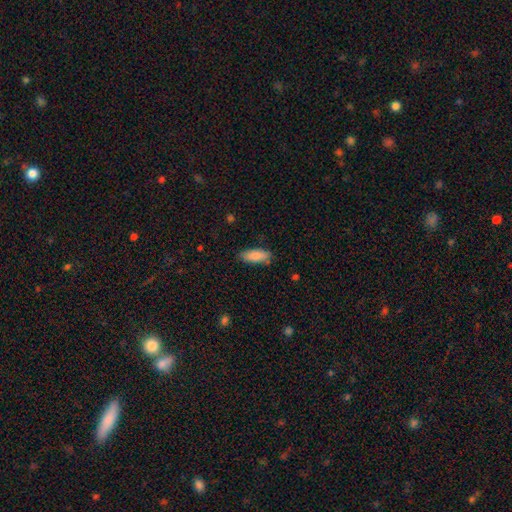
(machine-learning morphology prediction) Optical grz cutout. It shows a smooth galaxy with no disk features (87%) that is in between round and cigar-shaped (73%). Merging: none (82%).